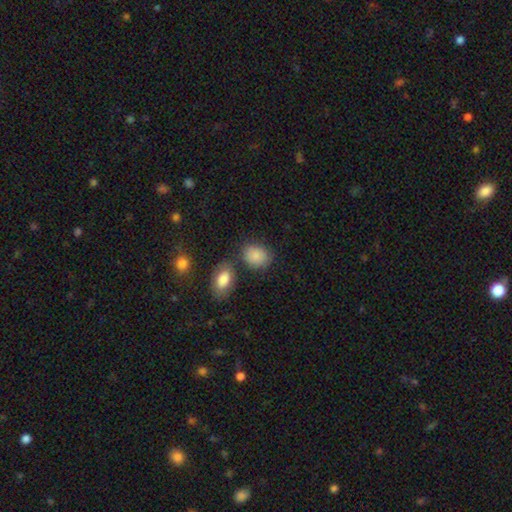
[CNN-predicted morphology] type=smooth (87%); roundness=in between (57%); merging=none (70%).